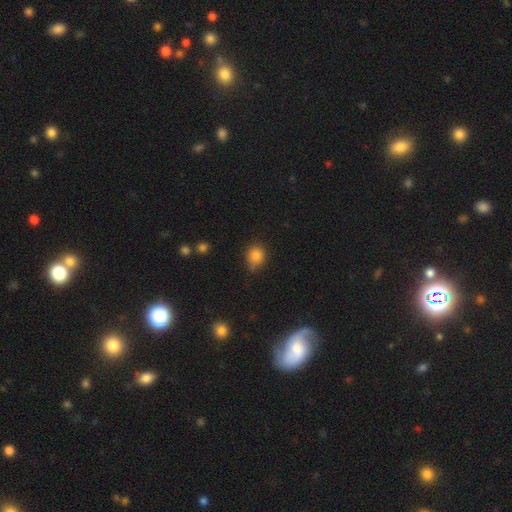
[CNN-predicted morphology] A smooth galaxy with no disk features (83%) that is round (73%).

Vote fractions:
- Smooth or featured? smooth: 83% / star or artifact: 11% / featured or disk: 6%
- How rounded? round: 73% / in between: 26% / cigar-shaped: 1%
- Merging? none: 65% / minor disturbance: 26% / major disturbance: 5% / merger: 4%